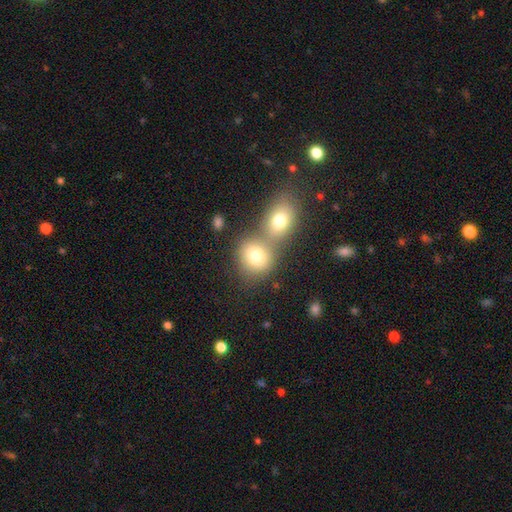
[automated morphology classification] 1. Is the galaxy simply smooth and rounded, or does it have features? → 77% smooth, 12% featured or disk, 11% star or artifact.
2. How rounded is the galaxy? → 72% round, 27% in between, 1% cigar-shaped.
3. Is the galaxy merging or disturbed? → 47% merger, 42% none, 8% minor disturbance, 3% major disturbance.